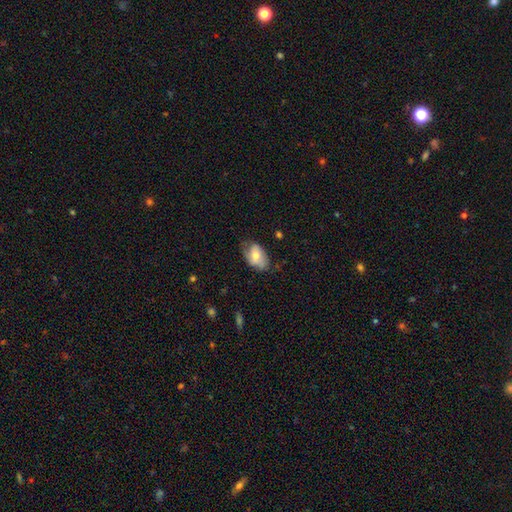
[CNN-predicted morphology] A smooth galaxy with no disk features (62%) that is in between round and cigar-shaped (88%).

Vote fractions:
- Smooth or featured? smooth: 62% / featured or disk: 31% / star or artifact: 7%
- How rounded? in between: 88% / round: 11% / cigar-shaped: 1%
- Merging? none: 53% / minor disturbance: 34% / major disturbance: 11% / merger: 2%